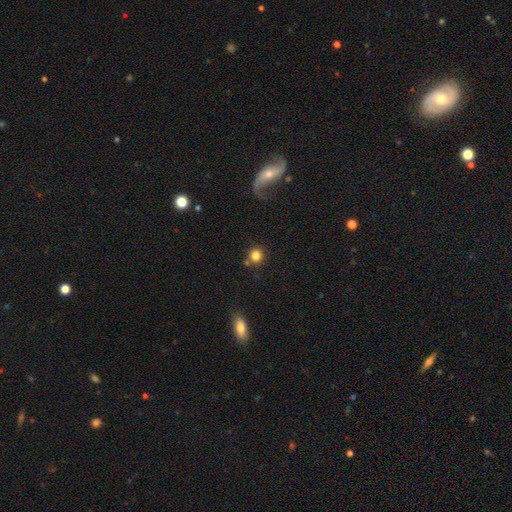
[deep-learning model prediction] smooth-or-featured: smooth: 81% | star or artifact: 12% | featured or disk: 7%
  how-rounded: round: 92% | in between: 7% | cigar-shaped: 1%
  merging: none: 77% | merger: 10% | minor disturbance: 9% | major disturbance: 4%